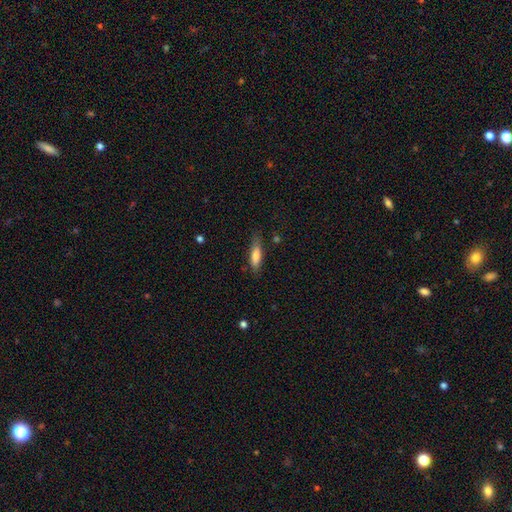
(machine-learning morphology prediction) Smooth or featured? Predicted: smooth (p=0.75). How rounded? Predicted: cigar-shaped (p=0.61). Merging? Predicted: none (p=0.78).